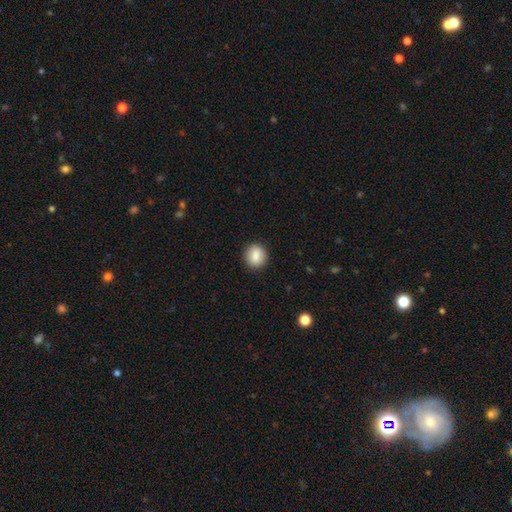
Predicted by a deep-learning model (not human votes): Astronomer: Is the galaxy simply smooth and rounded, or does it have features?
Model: smooth — 86%.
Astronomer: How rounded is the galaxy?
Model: round — 82%.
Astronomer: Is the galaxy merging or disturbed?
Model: none — 91%.